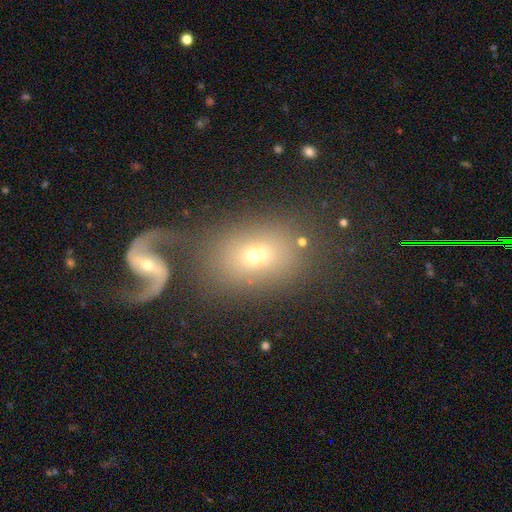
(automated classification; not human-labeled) Overall: smooth (63%). How rounded: in between (69%; round 29%). Merging: none (55%; merger 19%).